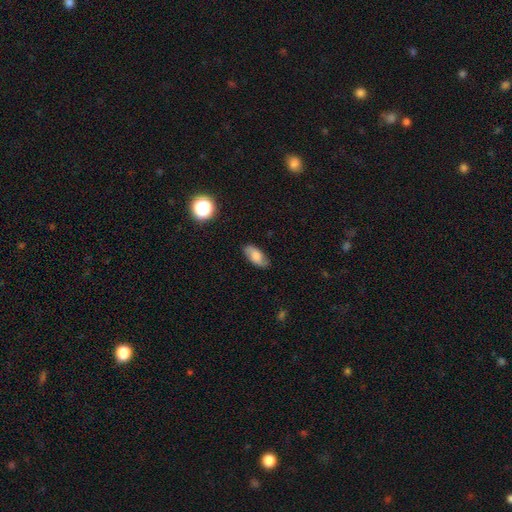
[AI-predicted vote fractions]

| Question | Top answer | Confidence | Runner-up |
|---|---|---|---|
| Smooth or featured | smooth | 60% | featured or disk (31%) |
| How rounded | in between | 88% | cigar-shaped (8%) |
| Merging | none | 81% | minor disturbance (15%) |